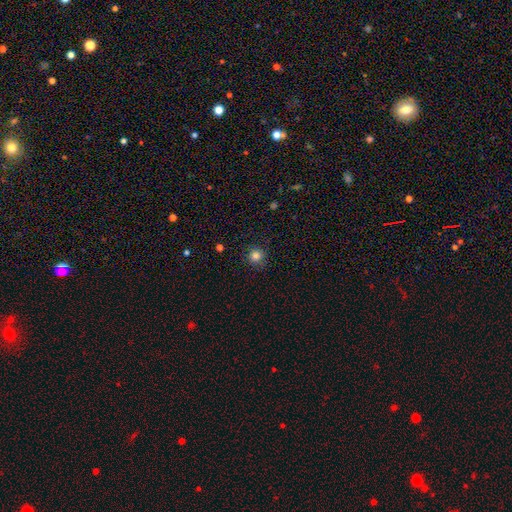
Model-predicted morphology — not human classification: This appears to be a smooth galaxy with no disk features (83%) that is round (94%). Merging: none (89%).